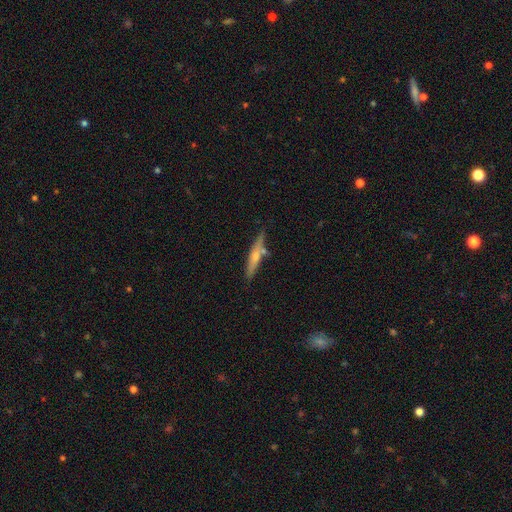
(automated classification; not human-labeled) Smooth or featured: smooth — 50% (featured or disk — 44%)
Merging: none — 71% (minor disturbance — 15%)